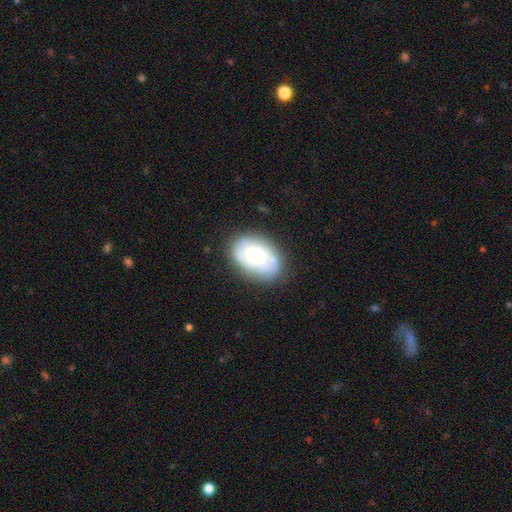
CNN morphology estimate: smooth-or-featured: smooth: 47% | featured or disk: 45% | star or artifact: 8%
  merging: none: 71% | minor disturbance: 19% | major disturbance: 7% | merger: 3%